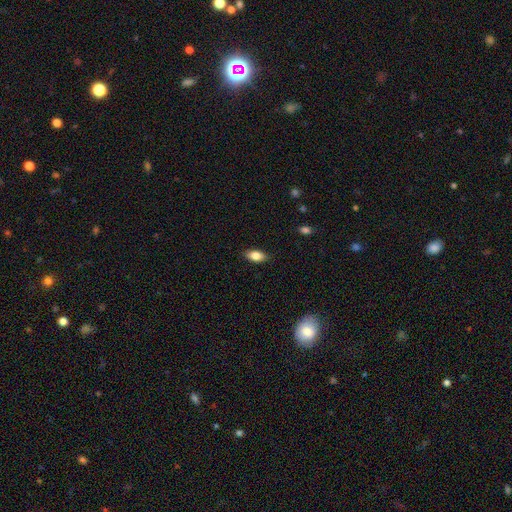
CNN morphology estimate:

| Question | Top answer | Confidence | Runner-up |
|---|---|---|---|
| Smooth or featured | smooth | 82% | featured or disk (11%) |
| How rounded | in between | 89% | cigar-shaped (7%) |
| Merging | none | 86% | minor disturbance (11%) |